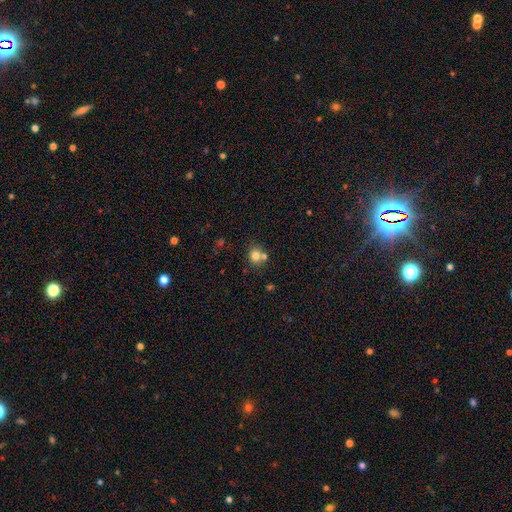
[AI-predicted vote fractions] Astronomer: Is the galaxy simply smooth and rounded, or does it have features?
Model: smooth — 77%.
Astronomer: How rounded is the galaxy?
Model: round — 75%.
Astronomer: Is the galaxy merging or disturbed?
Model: none — 55% (runner-up: merger, 31%).